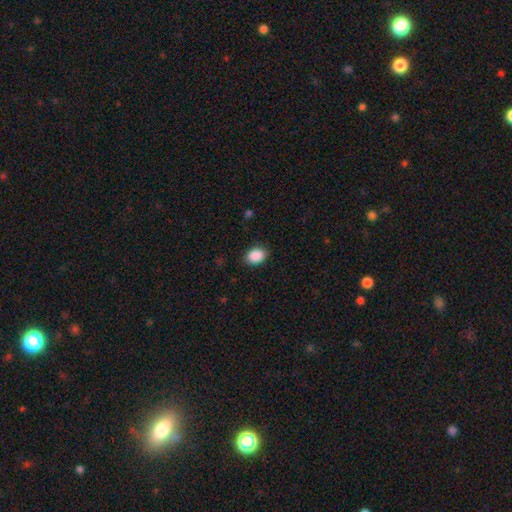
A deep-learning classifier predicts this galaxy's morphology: type=smooth (90%); roundness=in between (78%); merging=none (87%).